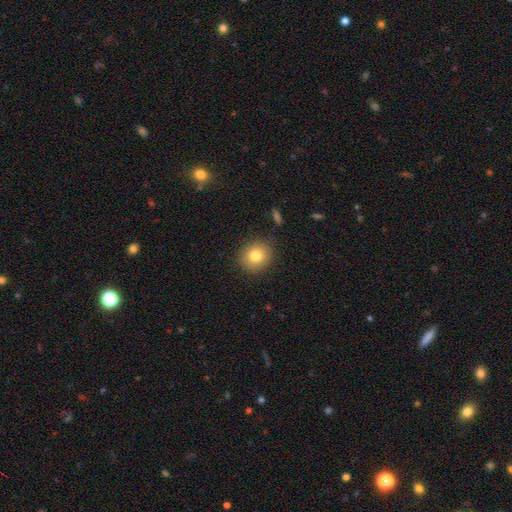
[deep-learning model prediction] This appears to be a smooth galaxy with no disk features (80%) that is round (80%). Merging: none (87%).